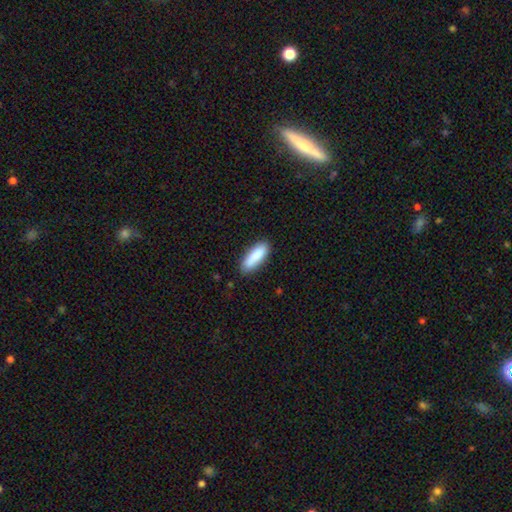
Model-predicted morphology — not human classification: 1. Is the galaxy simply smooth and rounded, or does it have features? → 87% smooth, 7% featured or disk, 6% star or artifact.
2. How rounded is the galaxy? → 55% in between, 43% cigar-shaped, 2% round.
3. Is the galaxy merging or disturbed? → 83% none, 13% minor disturbance, 2% major disturbance, 2% merger.